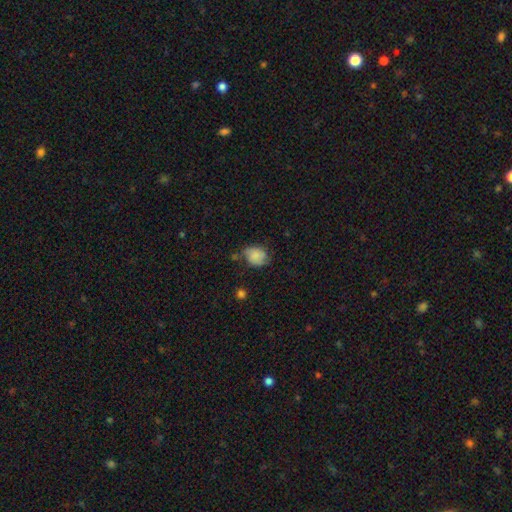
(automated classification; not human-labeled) smooth-or-featured: smooth: 77% | featured or disk: 14% | star or artifact: 9%
  how-rounded: in between: 55% | round: 44% | cigar-shaped: 1%
  merging: none: 50% | minor disturbance: 34% | major disturbance: 11% | merger: 5%